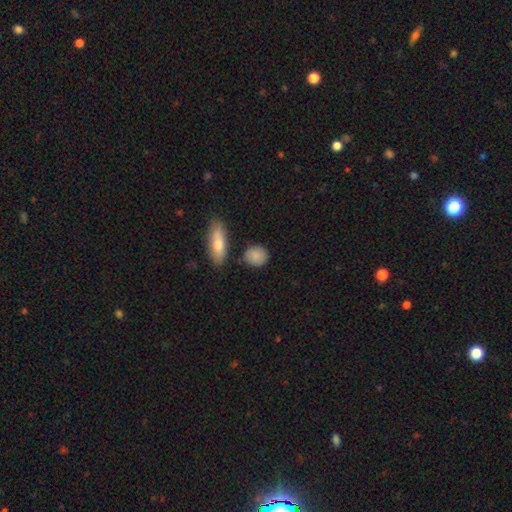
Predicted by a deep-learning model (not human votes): Smooth or featured: smooth — 88% (star or artifact — 7%)
How rounded: round — 68% (in between — 29%)
Merging: none — 80% (minor disturbance — 12%)